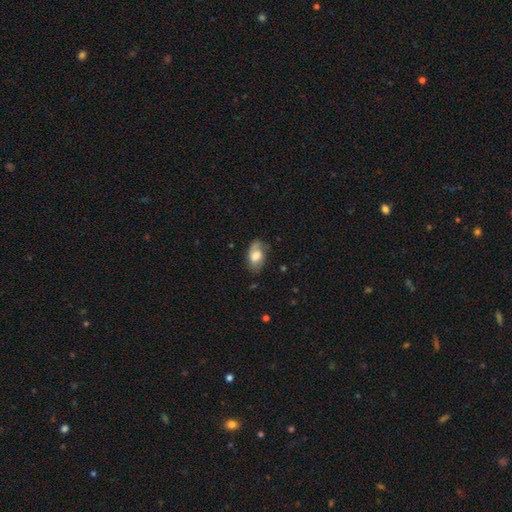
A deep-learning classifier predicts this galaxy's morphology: Smooth or featured? Predicted: smooth (p=0.60). How rounded? Predicted: in between (p=0.91). Merging? Predicted: none (p=0.63).